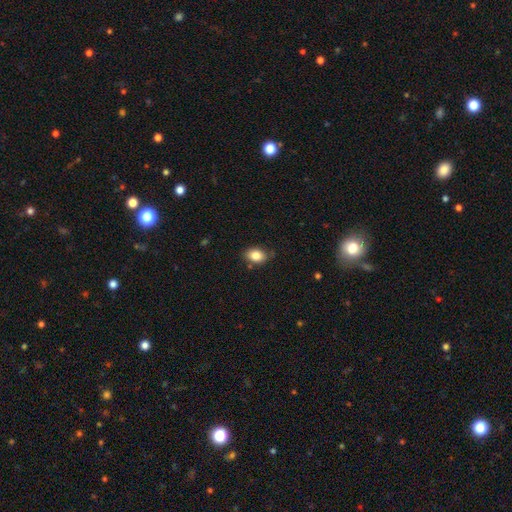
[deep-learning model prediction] This appears to be a smooth galaxy with no disk features (83%) that is in between round and cigar-shaped (78%). Merging: none (78%).